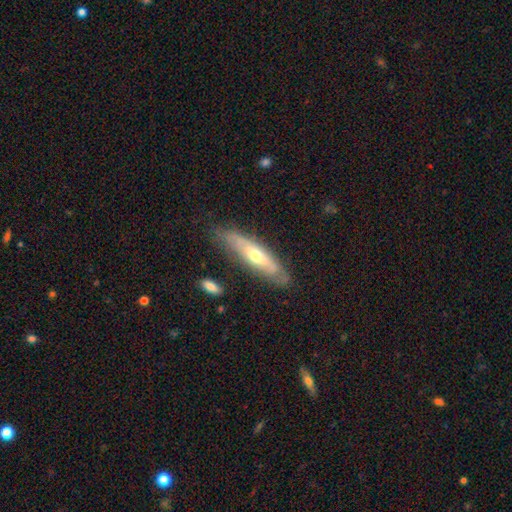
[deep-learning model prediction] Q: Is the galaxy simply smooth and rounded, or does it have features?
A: featured or disk — 61%.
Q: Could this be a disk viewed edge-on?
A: no — 53%.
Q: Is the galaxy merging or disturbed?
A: none — 75%.